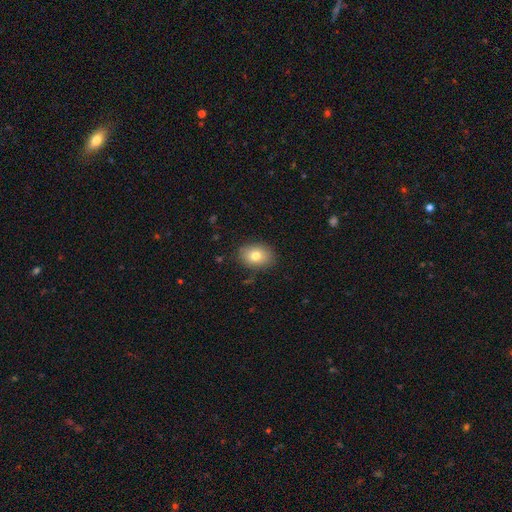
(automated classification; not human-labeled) Smooth or featured: smooth — 77% (featured or disk — 13%)
How rounded: in between — 68% (round — 31%)
Merging: none — 84% (minor disturbance — 12%)